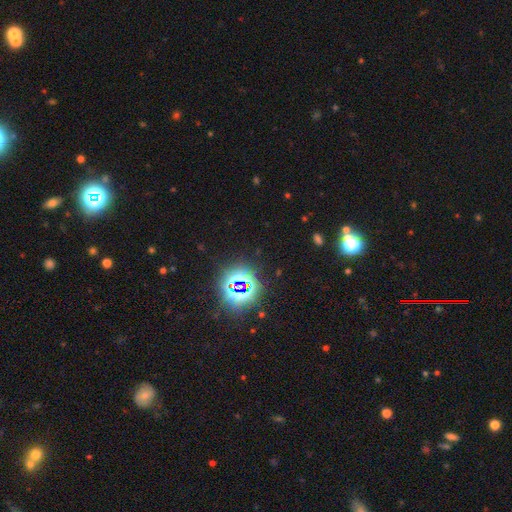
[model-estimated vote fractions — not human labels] A star or artifact, not a galaxy (77%).